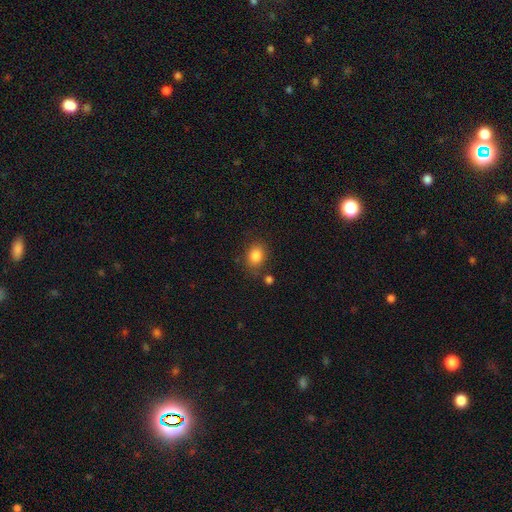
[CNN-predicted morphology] smooth_or_featured: smooth (p=0.84) [alt: star or artifact p=0.09]
how_rounded: in between (p=0.58) [alt: round p=0.41]
merging: none (p=0.76) [alt: minor disturbance p=0.14]